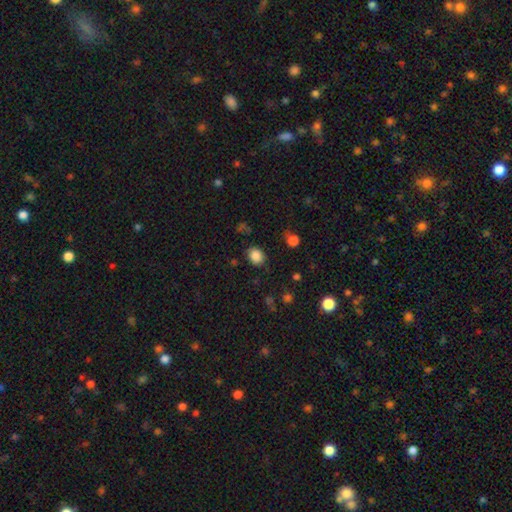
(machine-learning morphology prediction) A smooth galaxy with no disk features (85%) that is round (55%).

Vote fractions:
- Smooth or featured? smooth: 85% / star or artifact: 10% / featured or disk: 5%
- How rounded? round: 55% / in between: 44% / cigar-shaped: 1%
- Merging? none: 81% / minor disturbance: 13% / major disturbance: 4% / merger: 2%